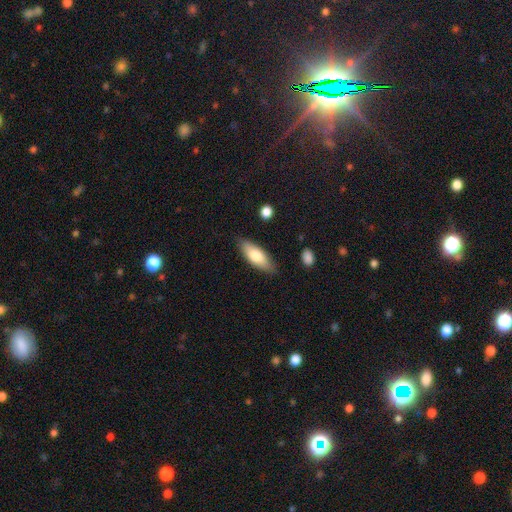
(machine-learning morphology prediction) type=smooth (72%); roundness=in between (68%); merging=none (84%).